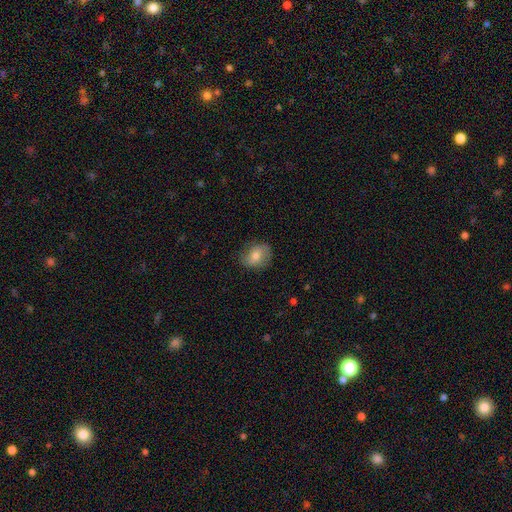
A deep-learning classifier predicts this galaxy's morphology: smooth-or-featured: smooth: 60% | featured or disk: 31% | star or artifact: 9%
  how-rounded: round: 54% | in between: 45% | cigar-shaped: 1%
  merging: none: 78% | minor disturbance: 16% | major disturbance: 5% | merger: 1%